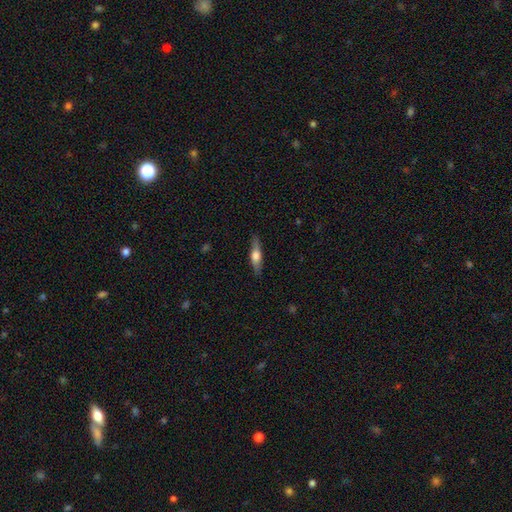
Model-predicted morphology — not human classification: Q: Smooth or featured?
A: featured or disk (48%); runner-up: smooth (46%)
Q: Merging?
A: none (86%); runner-up: minor disturbance (10%)